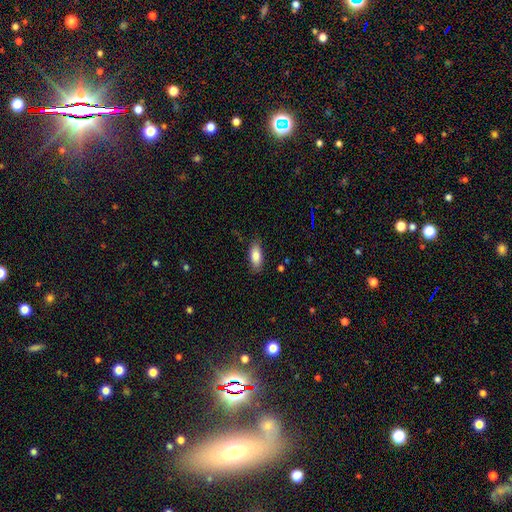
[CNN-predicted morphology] smooth-or-featured: smooth: 84% | featured or disk: 10% | star or artifact: 6%
  how-rounded: in between: 82% | cigar-shaped: 16% | round: 2%
  merging: none: 83% | minor disturbance: 13% | major disturbance: 3% | merger: 1%